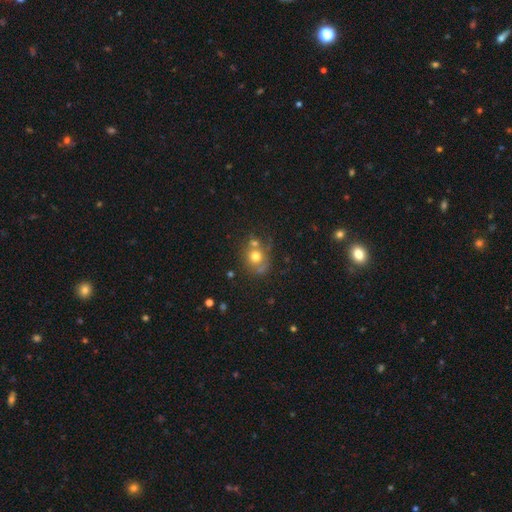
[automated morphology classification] smooth-or-featured: smooth: 69% | featured or disk: 18% | star or artifact: 13%
  how-rounded: round: 78% | in between: 21% | cigar-shaped: 1%
  merging: none: 49% | merger: 28% | minor disturbance: 15% | major disturbance: 8%